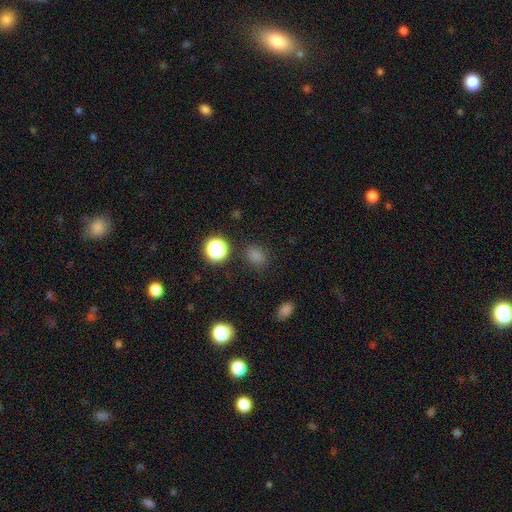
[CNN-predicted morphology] A smooth galaxy with no disk features (77%) that is round (61%).

Vote fractions:
- Smooth or featured? smooth: 77% / star or artifact: 19% / featured or disk: 4%
- How rounded? round: 61% / in between: 37% / cigar-shaped: 1%
- Merging? none: 84% / minor disturbance: 10% / major disturbance: 3% / merger: 2%